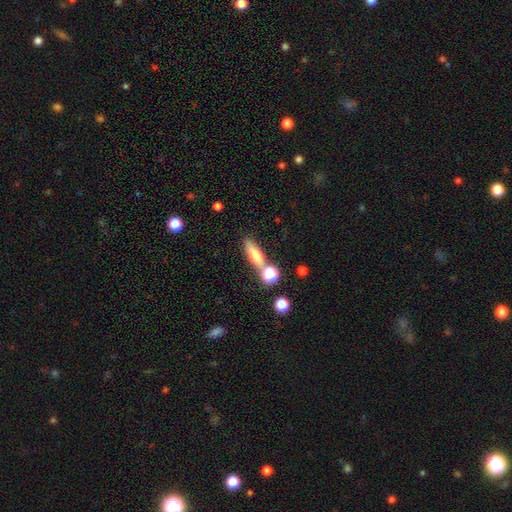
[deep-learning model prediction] Overall: smooth (73%). How rounded: cigar-shaped (49%; in between 44%). Merging: none (60%; merger 21%).